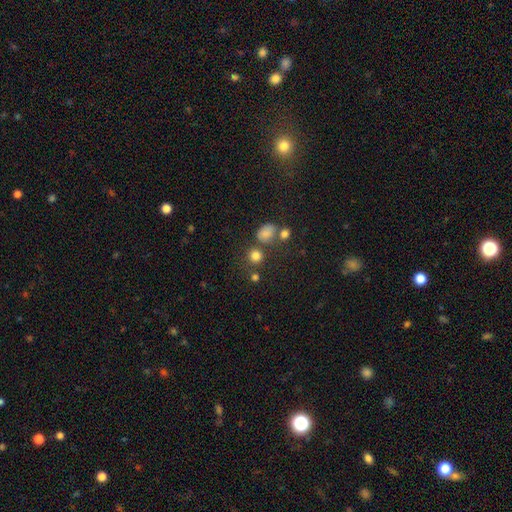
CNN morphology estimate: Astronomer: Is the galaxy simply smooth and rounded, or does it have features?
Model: smooth — 78%.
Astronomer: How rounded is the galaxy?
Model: round — 84%.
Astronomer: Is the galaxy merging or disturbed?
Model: none — 69%.